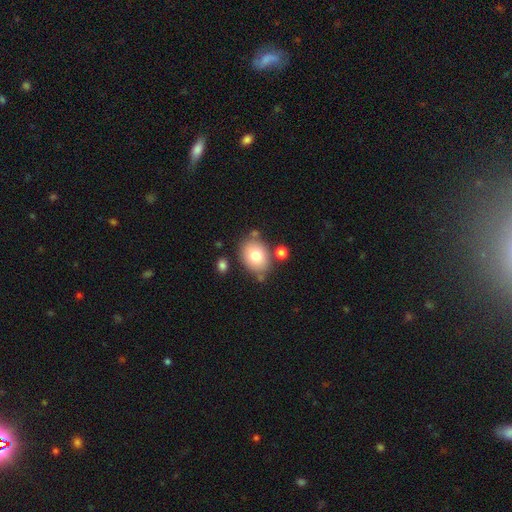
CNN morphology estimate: This appears to be a smooth galaxy with no disk features (76%) that is in between round and cigar-shaped (59%). Merging: none (73%).